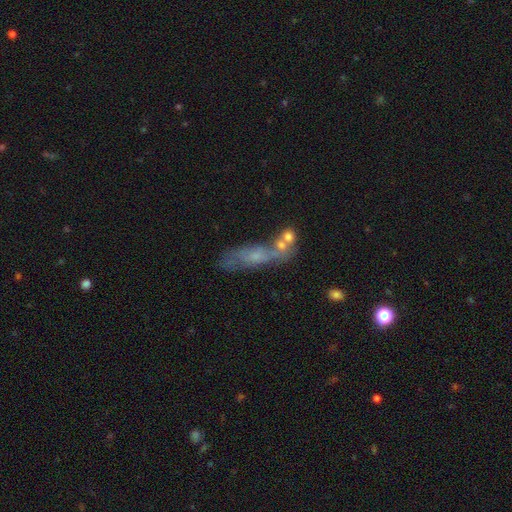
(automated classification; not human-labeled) Smooth or featured? Predicted: featured or disk (p=0.45). Merging? Predicted: none (p=0.35).